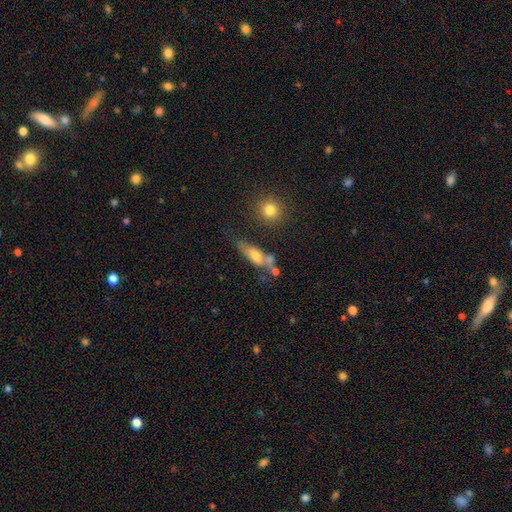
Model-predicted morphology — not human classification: This is possibly a smooth galaxy (56%). How rounded: possibly in between (53%). Merging: marginally none (43%).